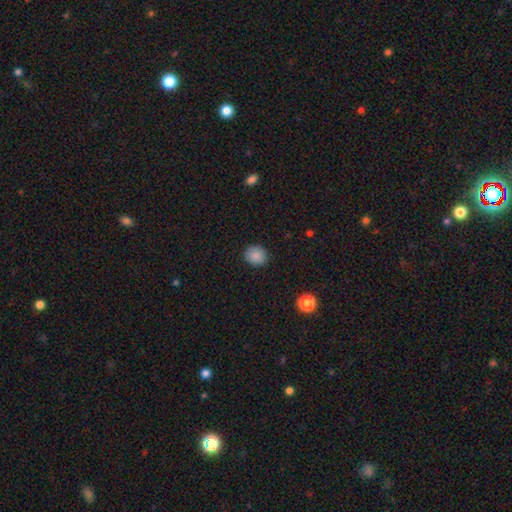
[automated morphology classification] A smooth galaxy with no disk features (87%) that is round (81%).

Vote fractions:
- Smooth or featured? smooth: 87% / star or artifact: 9% / featured or disk: 4%
- How rounded? round: 81% / in between: 18% / cigar-shaped: 1%
- Merging? none: 90% / minor disturbance: 7% / major disturbance: 2% / merger: 1%